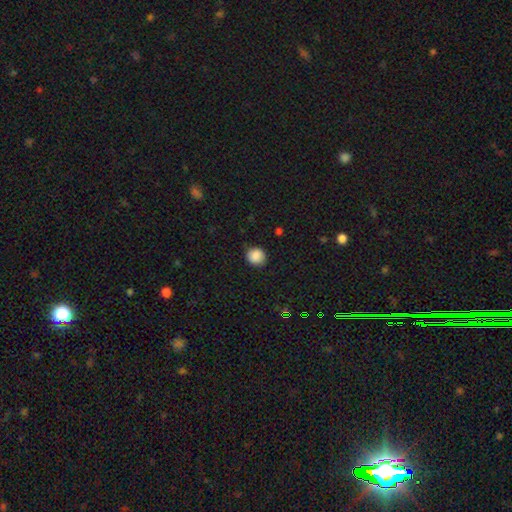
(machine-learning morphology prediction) Smooth or featured? Predicted: smooth (p=0.88). How rounded? Predicted: round (p=0.90). Merging? Predicted: none (p=0.87).